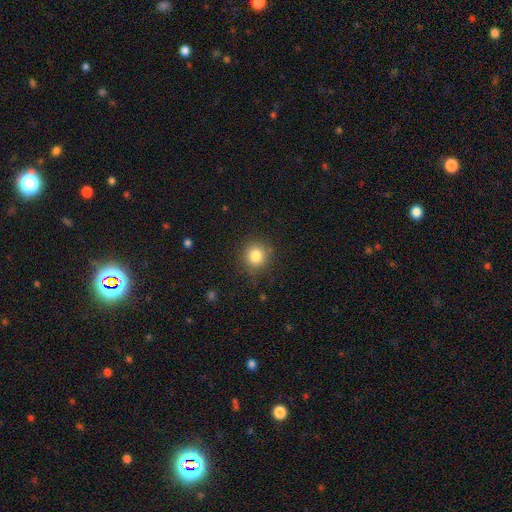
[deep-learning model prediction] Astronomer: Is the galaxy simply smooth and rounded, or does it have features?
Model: smooth — 83%.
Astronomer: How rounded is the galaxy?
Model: round — 89%.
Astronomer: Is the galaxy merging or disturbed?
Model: none — 85%.